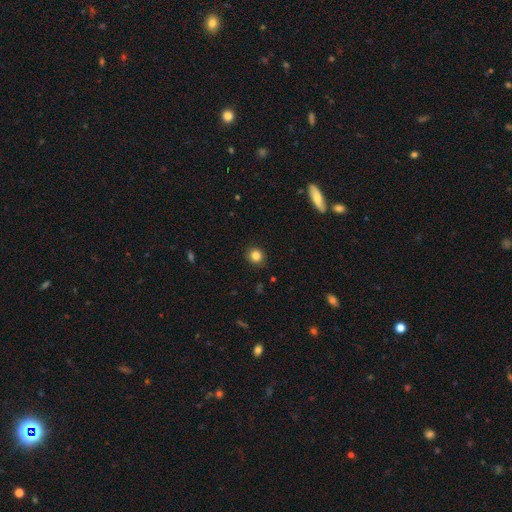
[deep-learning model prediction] This appears to be a smooth galaxy with no disk features (84%) that is round (88%). Merging: none (90%).